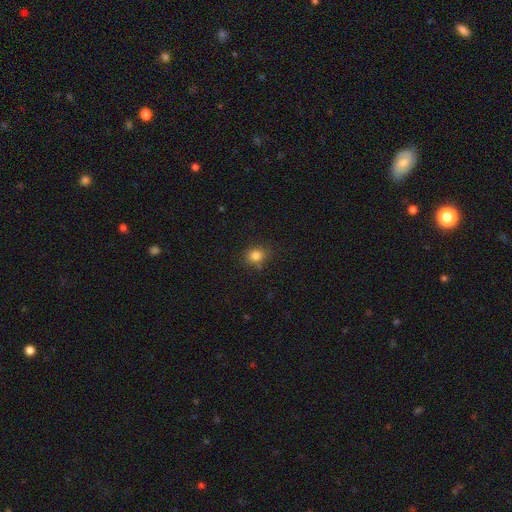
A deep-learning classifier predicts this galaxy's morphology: Q: Smooth or featured?
A: smooth (83%); runner-up: star or artifact (12%)
Q: How rounded?
A: round (63%); runner-up: in between (36%)
Q: Merging?
A: none (80%); runner-up: minor disturbance (14%)